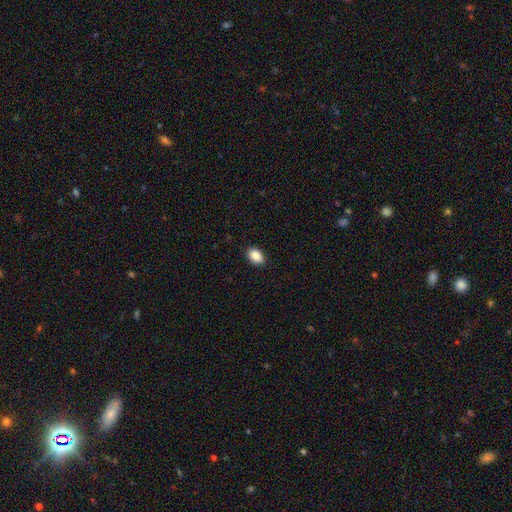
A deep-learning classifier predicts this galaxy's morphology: type=smooth (89%); roundness=in between (87%); merging=none (90%).